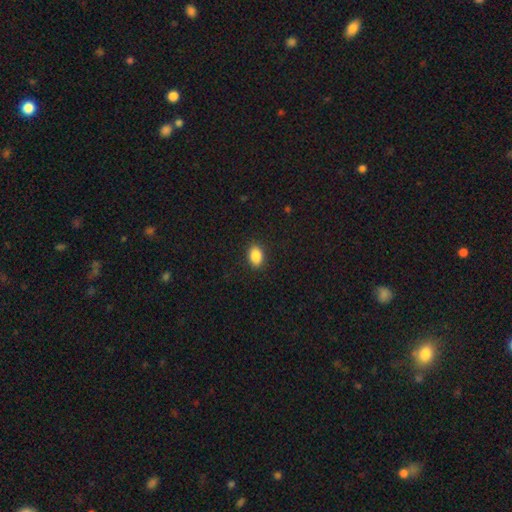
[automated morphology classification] smooth_or_featured: smooth (p=0.88) [alt: star or artifact p=0.08]
how_rounded: in between (p=0.83) [alt: round p=0.16]
merging: none (p=0.89) [alt: minor disturbance p=0.08]